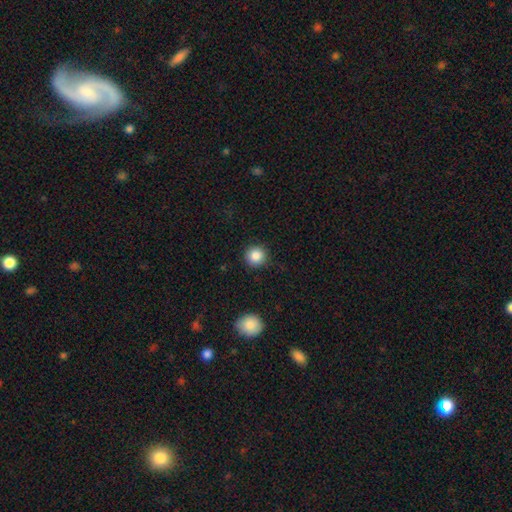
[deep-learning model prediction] smooth-or-featured: smooth: 86% | star or artifact: 10% | featured or disk: 4%
  how-rounded: round: 94% | in between: 5% | cigar-shaped: 1%
  merging: none: 90% | minor disturbance: 7% | major disturbance: 2% | merger: 1%